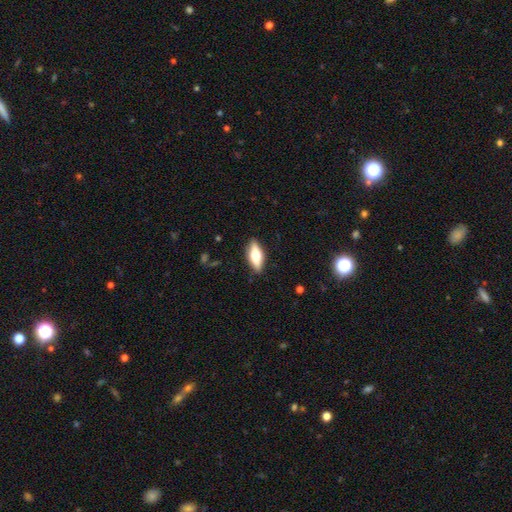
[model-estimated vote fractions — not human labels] Morphology: type=smooth (57%); roundness=in between (70%); merging=none (88%).